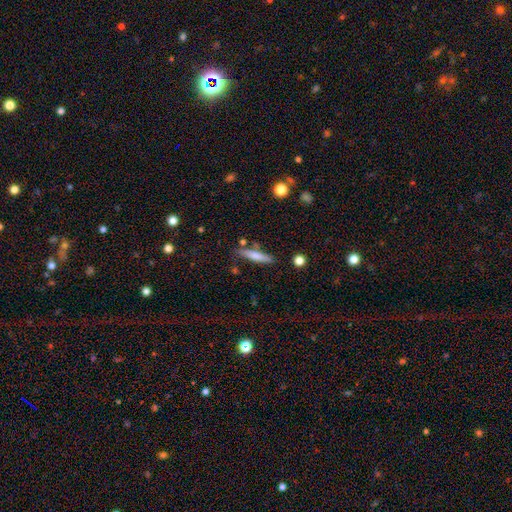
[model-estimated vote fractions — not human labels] A smooth galaxy with no disk features (66%) that is cigar-shaped (85%).

Vote fractions:
- Smooth or featured? smooth: 66% / featured or disk: 27% / star or artifact: 7%
- How rounded? cigar-shaped: 85% / in between: 13% / round: 2%
- Merging? none: 78% / minor disturbance: 13% / merger: 6% / major disturbance: 3%